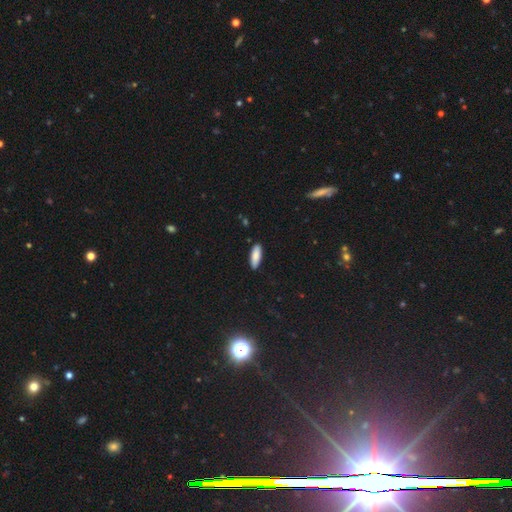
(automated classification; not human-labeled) The model was most divided on "how rounded": in between: 62%, cigar-shaped: 36%, round: 2%. More confident: merging — none (87%); smooth or featured — smooth (86%).